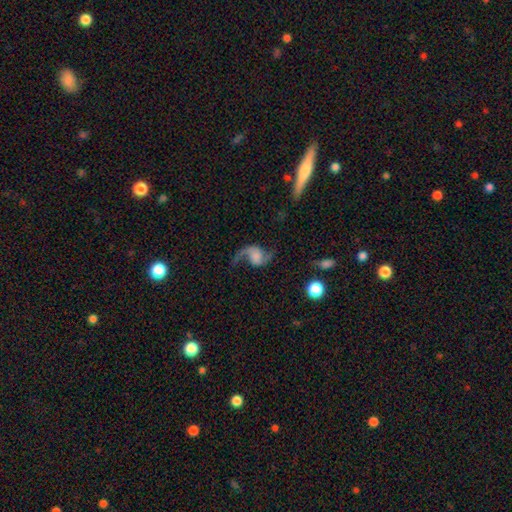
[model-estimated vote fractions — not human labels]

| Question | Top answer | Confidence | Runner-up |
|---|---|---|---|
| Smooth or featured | featured or disk | 83% | smooth (10%) |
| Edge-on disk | no | 98% | yes (2%) |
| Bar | no | 64% | weak (27%) |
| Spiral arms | yes | 96% | no (4%) |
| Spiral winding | loose | 81% | medium (16%) |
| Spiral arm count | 2 | 89% | 1 (6%) |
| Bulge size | none | 47% | large (20%) |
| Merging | none | 64% | major disturbance (17%) |